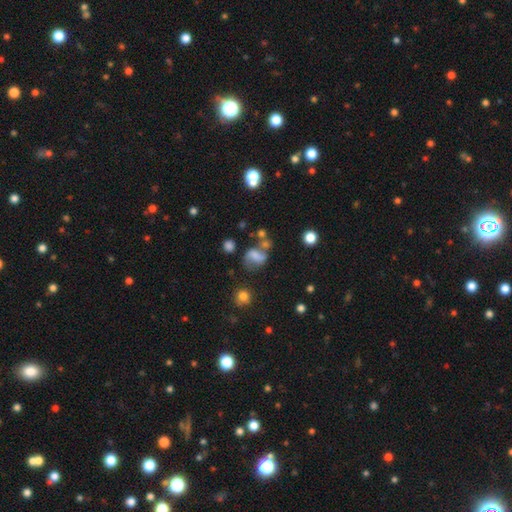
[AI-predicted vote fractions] featured or disk 48%, smooth 37%, star or artifact 15%. Down the decision tree: merging — none (41%).